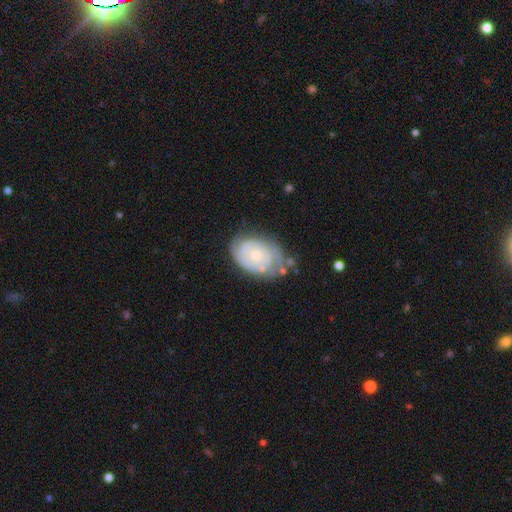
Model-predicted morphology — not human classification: Smooth or featured?
  - featured or disk: 78% *
  - smooth: 16%
  - star or artifact: 6%
Edge-on disk?
  - no: 97% *
  - yes: 3%
Bar?
  - no: 78% *
  - weak: 19%
  - strong: 3%
Spiral arms?
  - yes: 92% *
  - no: 8%
Spiral winding?
  - tight: 74% *
  - medium: 20%
  - loose: 6%
Spiral arm count?
  - 2: 42% *
  - can't tell: 32%
  - 3: 13%
  - 1: 6%
  - 4: 4%
  - more than 4: 3%
Bulge size?
  - small: 72% *
  - moderate: 22%
  - none: 4%
  - large: 2%
  - dominant: 1%
Merging?
  - none: 64% *
  - minor disturbance: 23%
  - major disturbance: 9%
  - merger: 3%